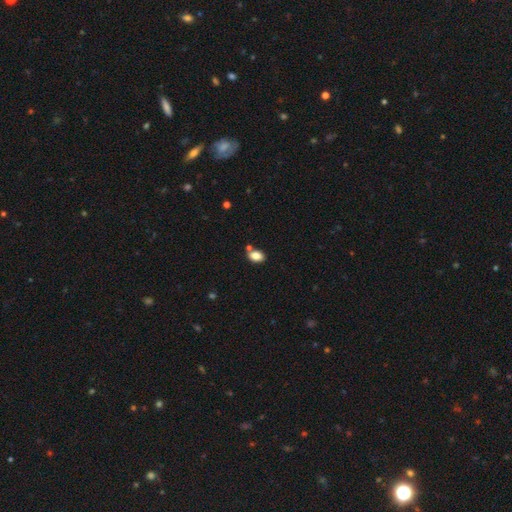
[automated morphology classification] Overall: smooth (85%). How rounded: in between (83%). Merging: none (69%).